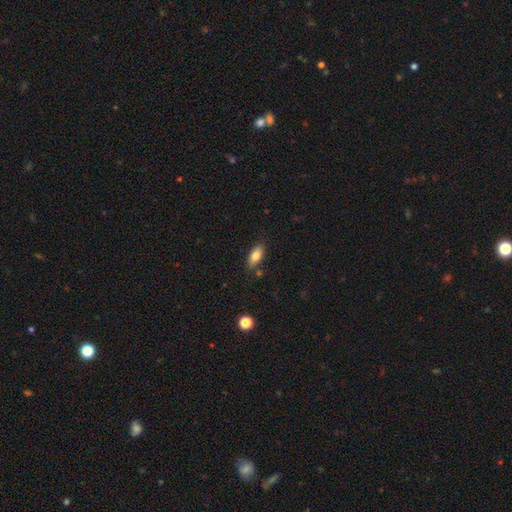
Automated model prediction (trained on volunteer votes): This appears to be a smooth galaxy with no disk features (77%) that is in between round and cigar-shaped (82%). Merging: none (82%).